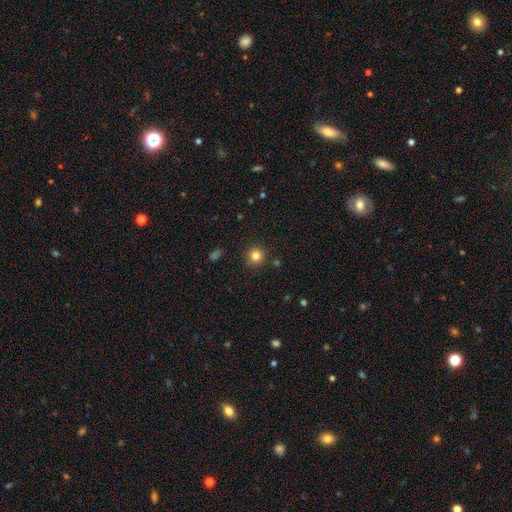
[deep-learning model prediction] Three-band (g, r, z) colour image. It shows a smooth galaxy with no disk features (82%) that is round (93%). Merging: none (88%).